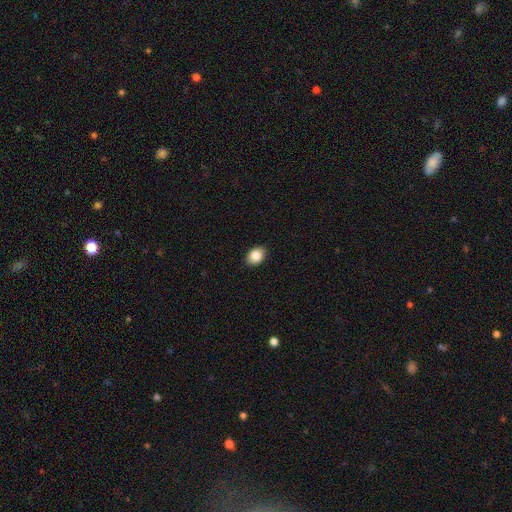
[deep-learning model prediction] Q: Smooth or featured?
A: smooth (86%); runner-up: star or artifact (8%)
Q: How rounded?
A: in between (75%); runner-up: round (24%)
Q: Merging?
A: none (89%); runner-up: minor disturbance (8%)